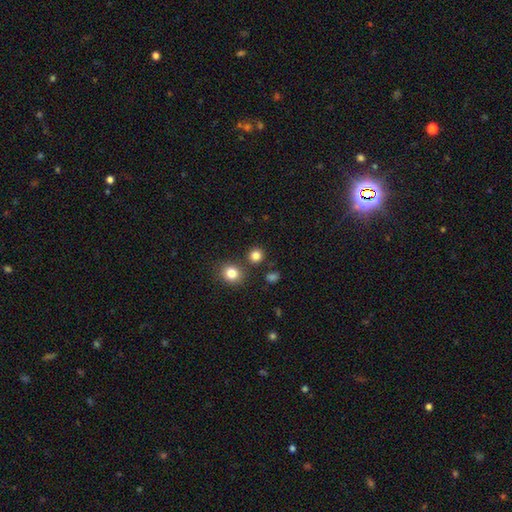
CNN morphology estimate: Q: Smooth or featured?
A: smooth (82%); runner-up: star or artifact (13%)
Q: How rounded?
A: round (90%); runner-up: in between (9%)
Q: Merging?
A: none (83%); runner-up: merger (8%)